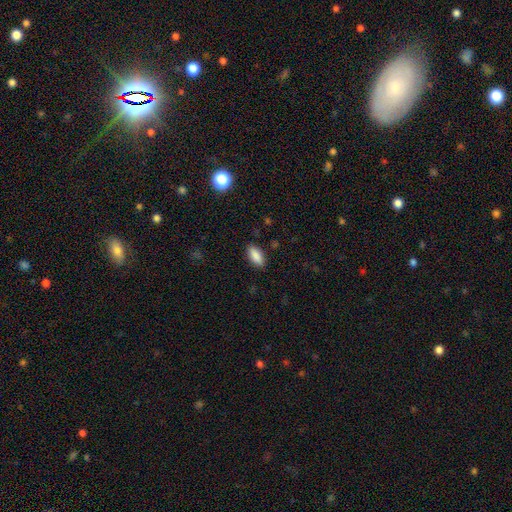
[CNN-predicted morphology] This is clearly a smooth galaxy (88%). How rounded: clearly in between (87%). Merging: clearly none (87%).